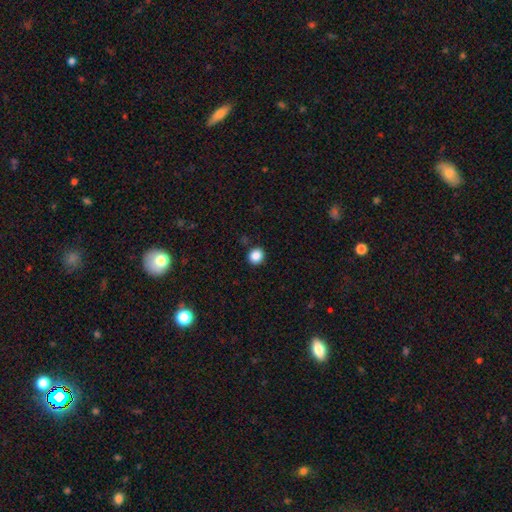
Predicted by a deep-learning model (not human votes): Q: Smooth or featured?
A: smooth (87%); runner-up: star or artifact (10%)
Q: How rounded?
A: round (90%); runner-up: in between (9%)
Q: Merging?
A: none (90%); runner-up: minor disturbance (6%)